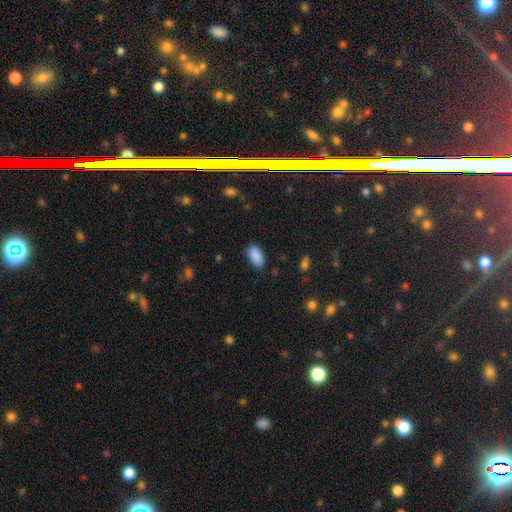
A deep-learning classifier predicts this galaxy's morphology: Smooth or featured?
  - smooth: 90% *
  - star or artifact: 7%
  - featured or disk: 3%
How rounded?
  - in between: 94% *
  - round: 3%
  - cigar-shaped: 3%
Merging?
  - none: 85% *
  - minor disturbance: 11%
  - major disturbance: 3%
  - merger: 1%